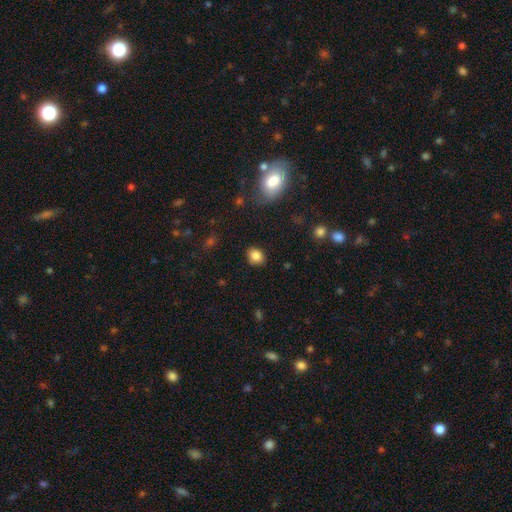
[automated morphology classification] Overall: smooth (85%). How rounded: round (53%; in between 46%). Merging: none (86%).